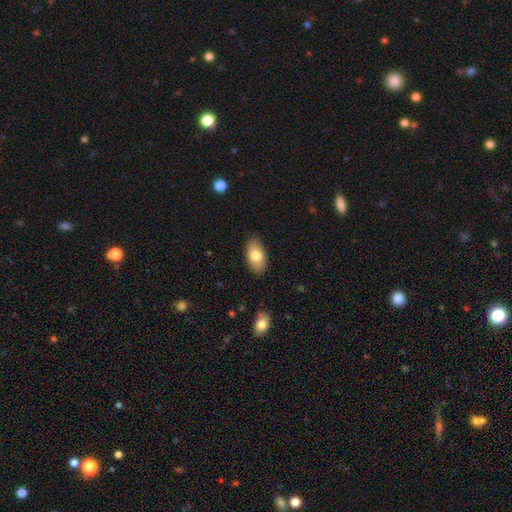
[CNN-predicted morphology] Smooth or featured? smooth (77%)
How rounded? in between (93%)
Merging? none (87%)